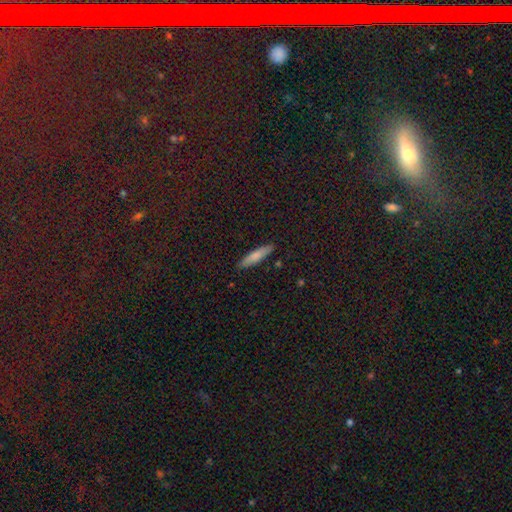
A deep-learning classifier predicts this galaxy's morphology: Smooth or featured?
  - smooth: 75% *
  - featured or disk: 18%
  - star or artifact: 7%
How rounded?
  - cigar-shaped: 85% *
  - in between: 14%
  - round: 2%
Merging?
  - none: 89% *
  - minor disturbance: 8%
  - major disturbance: 2%
  - merger: 1%